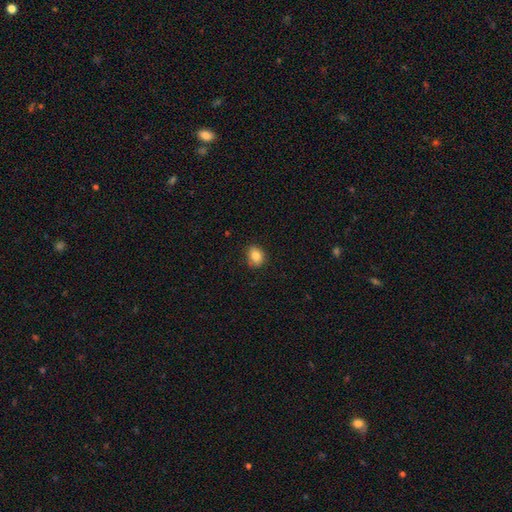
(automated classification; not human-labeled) This is clearly a smooth galaxy (85%). How rounded: possibly in between (52%). Merging: clearly none (82%).